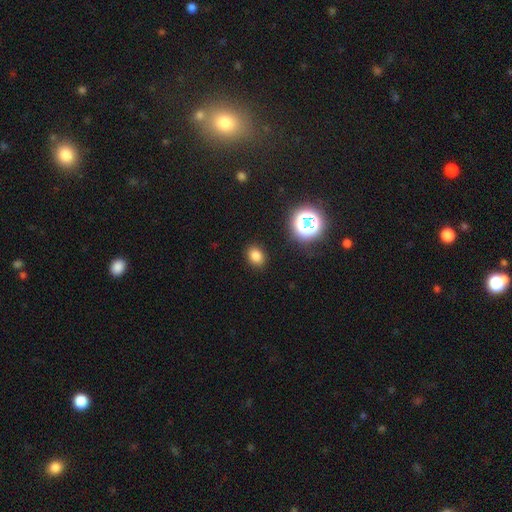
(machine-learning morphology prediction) type=smooth (79%); roundness=in between (57%); merging=none (88%).